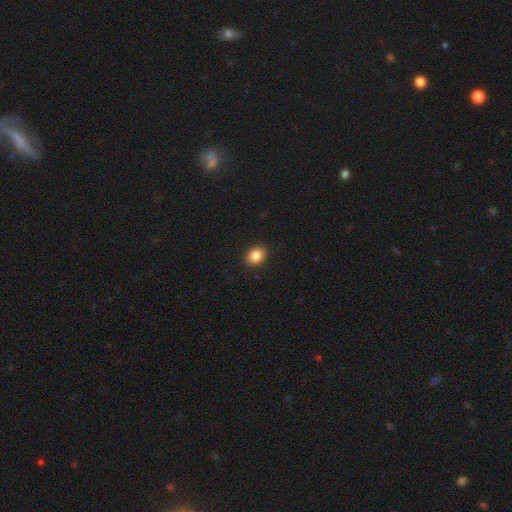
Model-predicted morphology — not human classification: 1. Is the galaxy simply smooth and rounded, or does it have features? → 87% smooth, 9% star or artifact, 5% featured or disk.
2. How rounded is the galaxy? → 60% in between, 39% round, 1% cigar-shaped.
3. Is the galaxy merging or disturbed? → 90% none, 7% minor disturbance, 2% major disturbance, 1% merger.